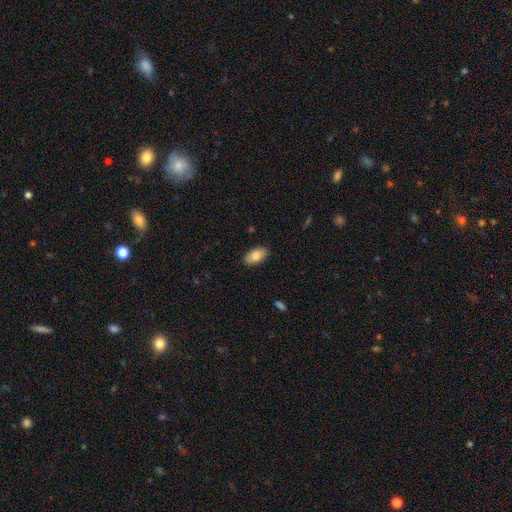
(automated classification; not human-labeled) This appears to be a smooth galaxy with no disk features (81%) that is in between round and cigar-shaped (94%). Merging: none (88%).